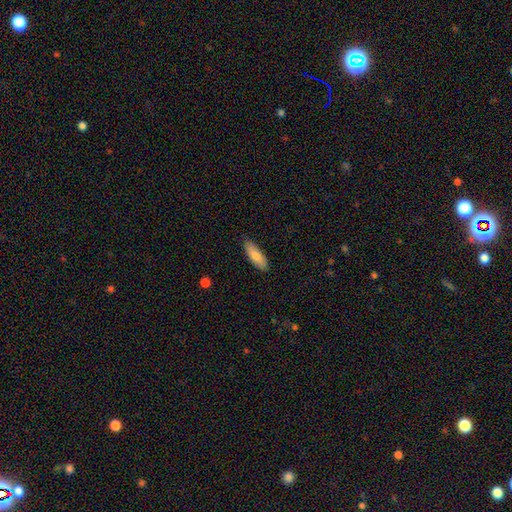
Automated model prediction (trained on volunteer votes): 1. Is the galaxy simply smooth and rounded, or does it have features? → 82% smooth, 13% featured or disk, 6% star or artifact.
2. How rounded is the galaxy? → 55% in between, 43% cigar-shaped, 2% round.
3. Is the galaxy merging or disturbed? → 86% none, 11% minor disturbance, 2% major disturbance, 1% merger.